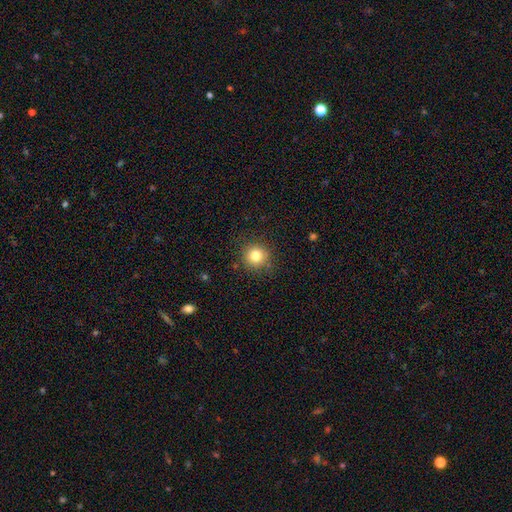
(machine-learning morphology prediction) Smooth or featured: smooth — 80% (star or artifact — 12%)
How rounded: round — 94% (in between — 6%)
Merging: none — 87% (minor disturbance — 8%)